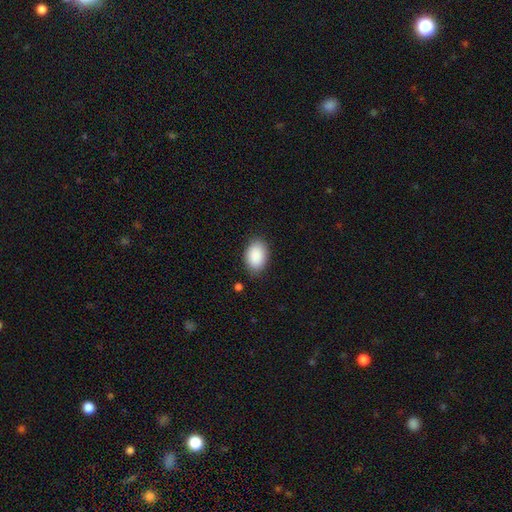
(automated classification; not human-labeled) Overall: smooth (90%). How rounded: in between (88%). Merging: none (84%).